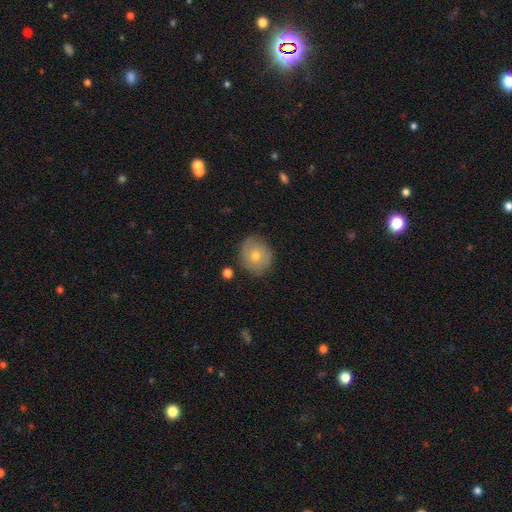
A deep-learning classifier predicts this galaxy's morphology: Smooth or featured? Predicted: smooth (p=0.54). How rounded? Predicted: round (p=0.86). Merging? Predicted: none (p=0.81).